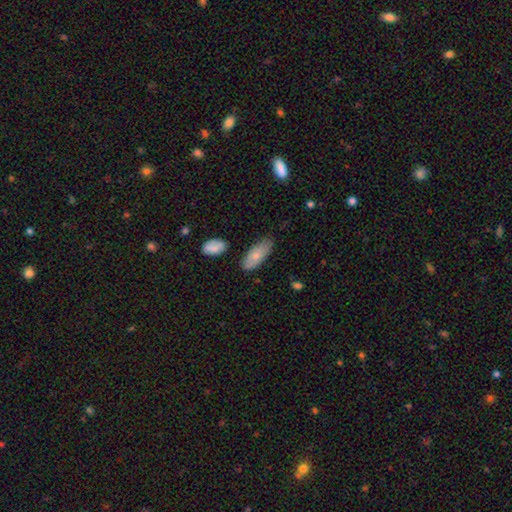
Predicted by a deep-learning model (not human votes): A smooth galaxy with no disk features (77%) that is in between round and cigar-shaped (81%).

Vote fractions:
- Smooth or featured? smooth: 77% / featured or disk: 17% / star or artifact: 6%
- How rounded? in between: 81% / cigar-shaped: 16% / round: 2%
- Merging? none: 72% / minor disturbance: 21% / major disturbance: 4% / merger: 3%